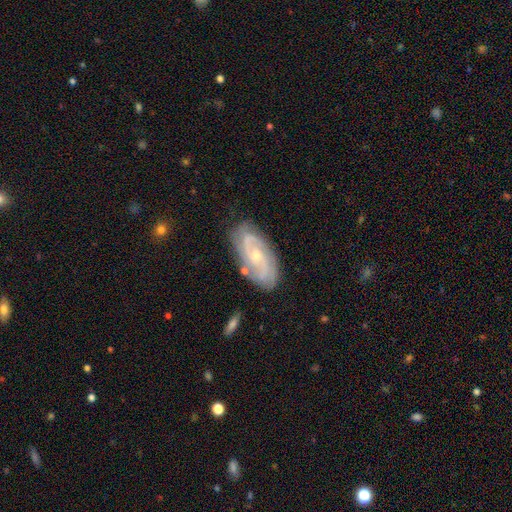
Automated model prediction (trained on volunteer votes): Q: Smooth or featured?
A: featured or disk (82%); runner-up: smooth (12%)
Q: Edge-on disk?
A: no (94%); runner-up: yes (6%)
Q: Bar?
A: no (64%); runner-up: weak (30%)
Q: Spiral arms?
A: yes (95%); runner-up: no (5%)
Q: Spiral winding?
A: tight (49%); runner-up: medium (38%)
Q: Spiral arm count?
A: 2 (46%); runner-up: can't tell (21%)
Q: Bulge size?
A: small (62%); runner-up: moderate (34%)
Q: Merging?
A: none (79%); runner-up: minor disturbance (15%)